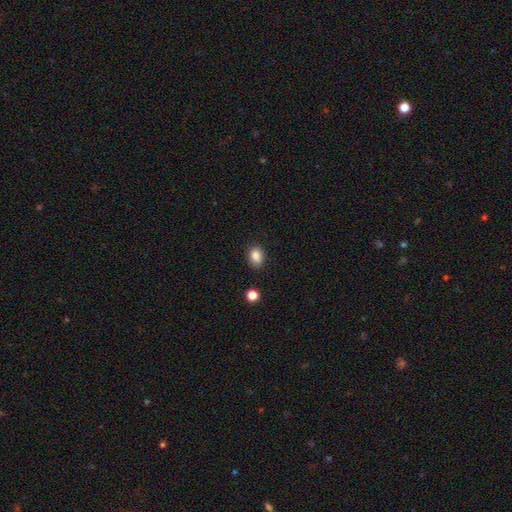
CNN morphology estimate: A smooth galaxy with no disk features (86%) that is in between round and cigar-shaped (70%).

Vote fractions:
- Smooth or featured? smooth: 86% / star or artifact: 10% / featured or disk: 5%
- How rounded? in between: 70% / round: 29% / cigar-shaped: 1%
- Merging? none: 82% / minor disturbance: 13% / major disturbance: 3% / merger: 2%